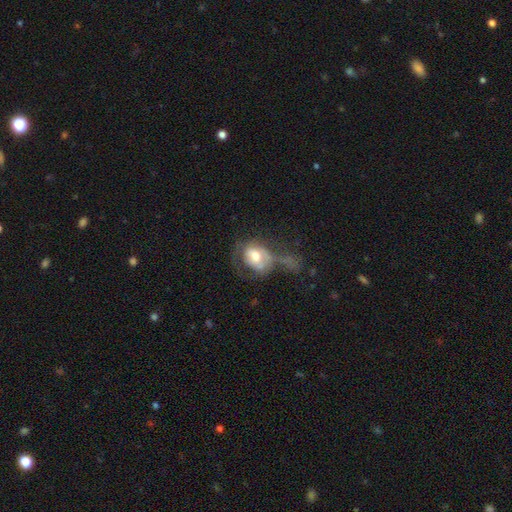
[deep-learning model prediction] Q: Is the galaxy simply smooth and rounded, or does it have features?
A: smooth — 52%.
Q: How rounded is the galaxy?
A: in between — 60%.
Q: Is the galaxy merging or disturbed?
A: major disturbance — 45%.